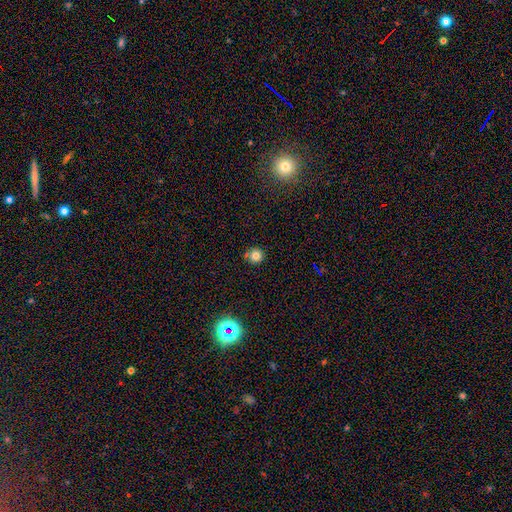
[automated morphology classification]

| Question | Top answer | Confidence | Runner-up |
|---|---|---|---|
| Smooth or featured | smooth | 78% | star or artifact (15%) |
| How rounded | round | 94% | in between (5%) |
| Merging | none | 80% | minor disturbance (10%) |